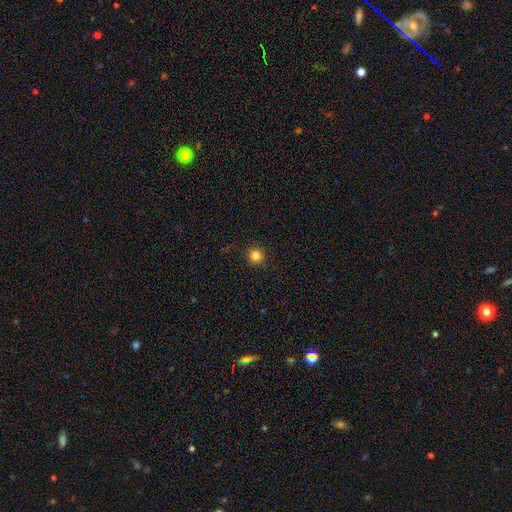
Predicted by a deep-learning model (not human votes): smooth-or-featured: smooth: 83% | star or artifact: 12% | featured or disk: 5%
  how-rounded: round: 94% | in between: 5% | cigar-shaped: 1%
  merging: none: 90% | minor disturbance: 7% | major disturbance: 2% | merger: 1%